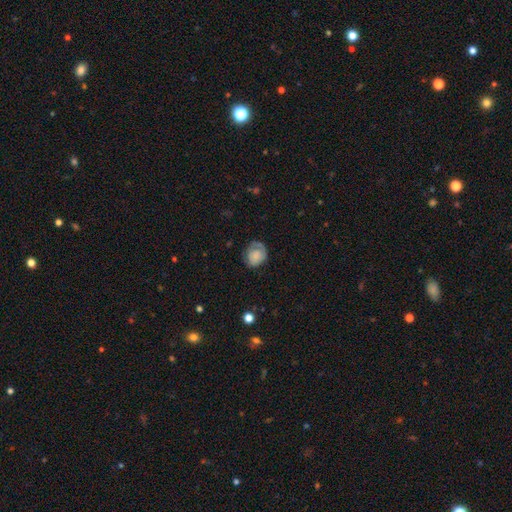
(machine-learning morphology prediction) This is likely a smooth galaxy (64%). How rounded: likely round (62%). Merging: possibly none (57%).